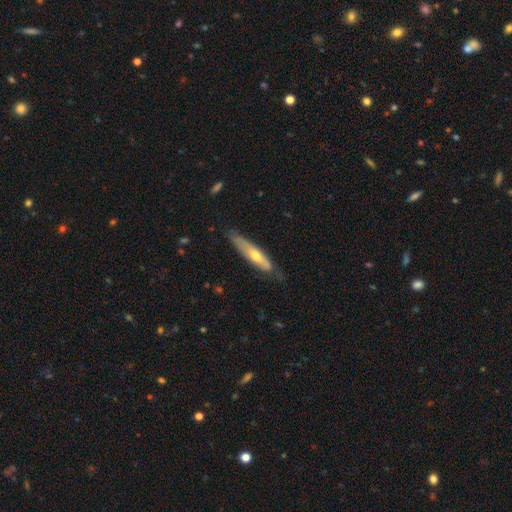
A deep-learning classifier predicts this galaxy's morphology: A featured or disk galaxy (48%). Merging: none (68%).